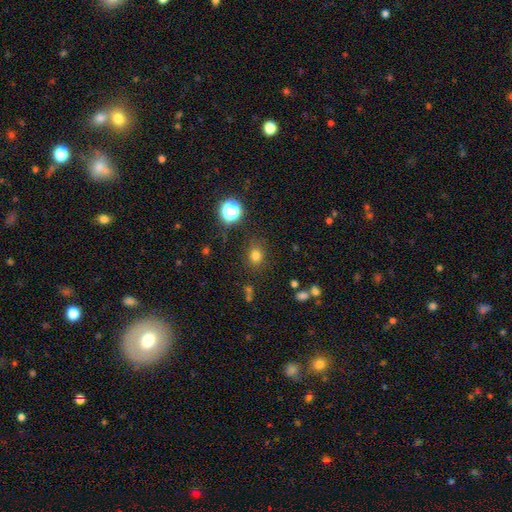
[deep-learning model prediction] A smooth galaxy with no disk features (76%) that is round (63%).

Vote fractions:
- Smooth or featured? smooth: 76% / star or artifact: 18% / featured or disk: 7%
- How rounded? round: 63% / in between: 36% / cigar-shaped: 1%
- Merging? none: 82% / minor disturbance: 11% / major disturbance: 4% / merger: 3%